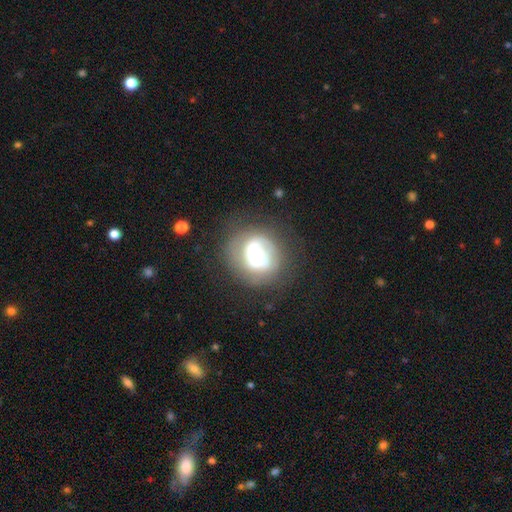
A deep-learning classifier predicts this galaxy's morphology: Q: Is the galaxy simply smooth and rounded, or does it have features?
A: featured or disk — 58%.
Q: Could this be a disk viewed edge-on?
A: no — 97%.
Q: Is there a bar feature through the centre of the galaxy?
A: no — 73%.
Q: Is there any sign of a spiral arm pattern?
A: yes — 57%.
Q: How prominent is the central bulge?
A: moderate — 48%.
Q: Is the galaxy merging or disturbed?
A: none — 59%.